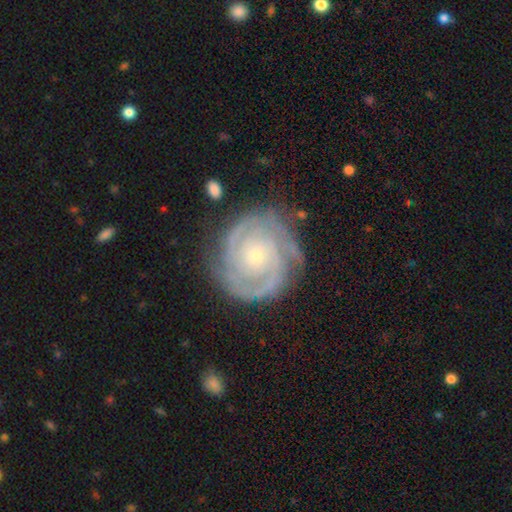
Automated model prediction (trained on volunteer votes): Smooth or featured? featured or disk (90%)
Edge-on disk? no (98%)
Bar? no (78%)
Spiral arms? yes (98%)
Spiral winding? tight (78%)
Spiral arm count? 2 (37%)
Bulge size? small (77%)
Merging? none (80%)